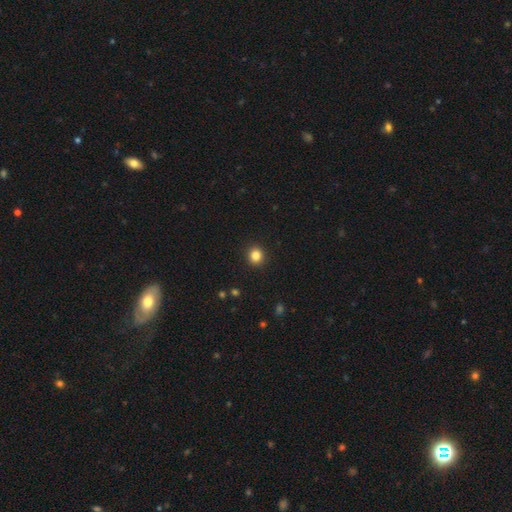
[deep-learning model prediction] Smooth or featured: smooth — 84% (star or artifact — 12%)
How rounded: round — 87% (in between — 12%)
Merging: none — 92% (minor disturbance — 5%)